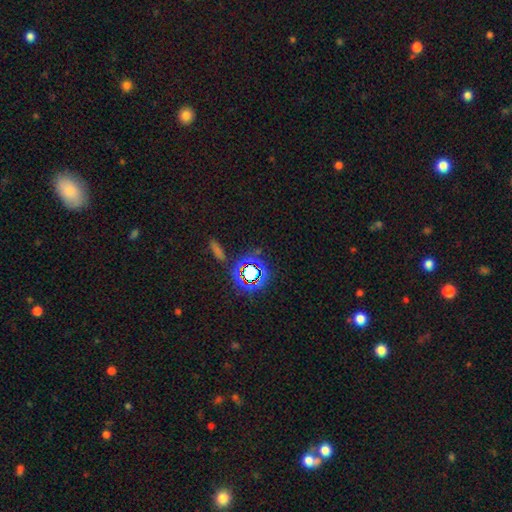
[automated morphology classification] star or artifact 75%, smooth 15%, featured or disk 10%.